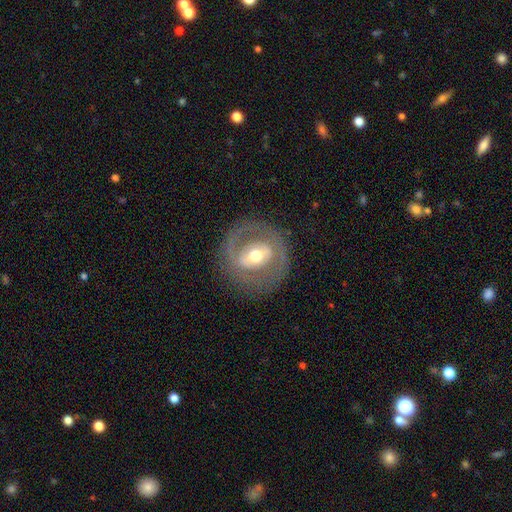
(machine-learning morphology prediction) Smooth or featured? featured or disk (68%)
Edge-on disk? no (93%)
Bar? strong (38%)
Spiral arms? no (65%)
Bulge size? moderate (69%)
Merging? none (78%)